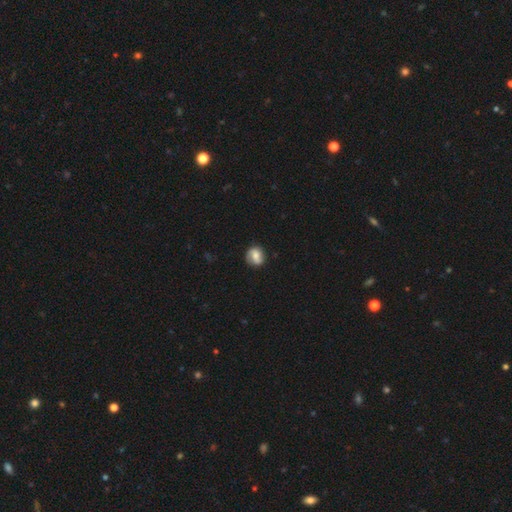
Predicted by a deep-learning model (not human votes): Smooth or featured? smooth (55%)
How rounded? round (75%)
Merging? none (75%)